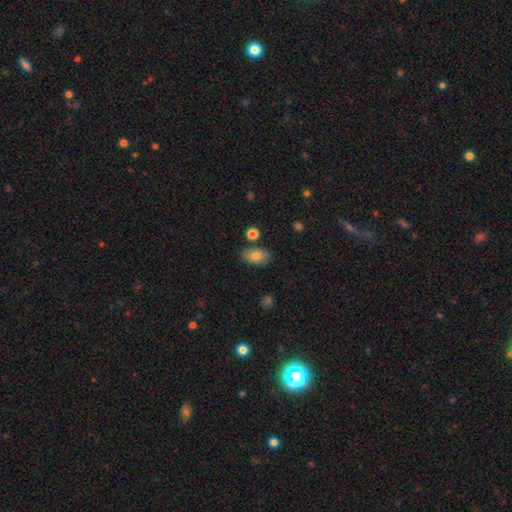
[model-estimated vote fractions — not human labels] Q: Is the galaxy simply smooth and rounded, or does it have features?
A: smooth — 80%.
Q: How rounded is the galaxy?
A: in between — 89%.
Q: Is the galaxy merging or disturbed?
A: none — 77%.